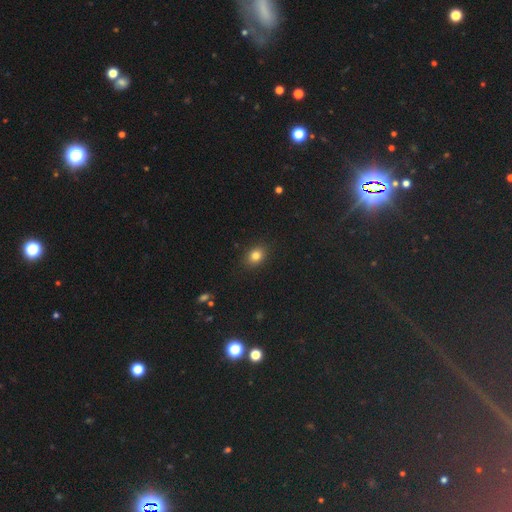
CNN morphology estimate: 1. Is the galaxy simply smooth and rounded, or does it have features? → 82% smooth, 12% star or artifact, 7% featured or disk.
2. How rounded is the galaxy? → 61% in between, 38% round, 1% cigar-shaped.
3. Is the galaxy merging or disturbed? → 88% none, 9% minor disturbance, 2% major disturbance, 1% merger.